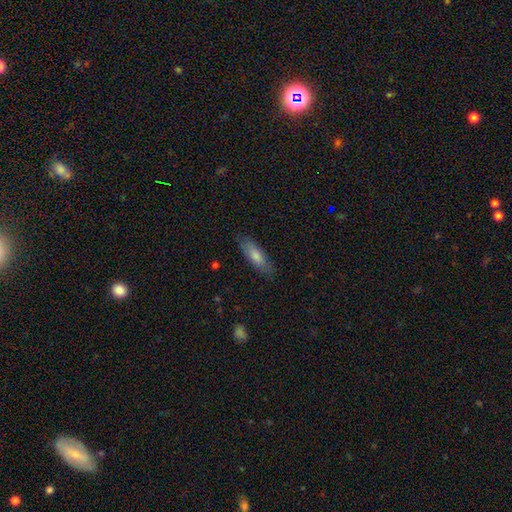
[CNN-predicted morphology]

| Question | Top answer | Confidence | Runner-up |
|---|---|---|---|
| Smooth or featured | smooth | 70% | featured or disk (23%) |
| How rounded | cigar-shaped | 55% | in between (43%) |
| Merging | none | 84% | minor disturbance (12%) |